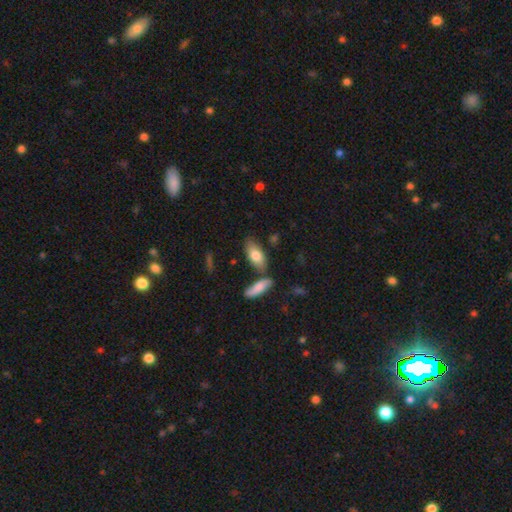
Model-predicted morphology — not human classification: Smooth or featured?
  - smooth: 75% *
  - featured or disk: 19%
  - star or artifact: 6%
How rounded?
  - in between: 82% *
  - cigar-shaped: 16%
  - round: 3%
Merging?
  - none: 66% *
  - merger: 16%
  - minor disturbance: 14%
  - major disturbance: 4%